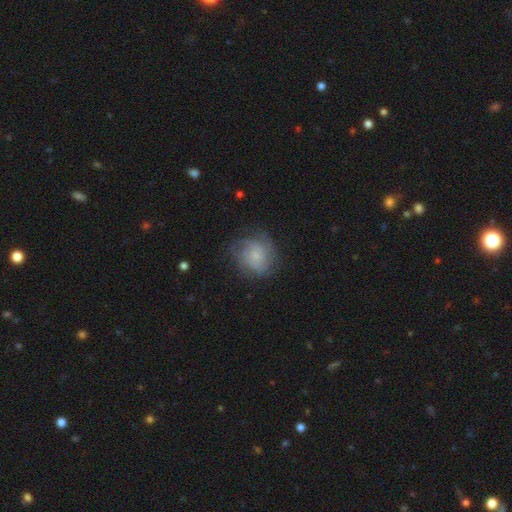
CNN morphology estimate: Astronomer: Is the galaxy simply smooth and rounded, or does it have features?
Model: featured or disk — 46% (runner-up: smooth, 45%).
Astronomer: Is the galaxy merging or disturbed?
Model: none — 64%.